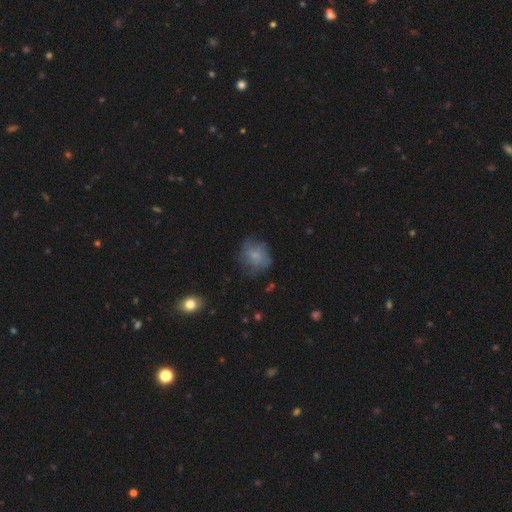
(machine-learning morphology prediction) This is likely a smooth galaxy (67%). How rounded: likely round (71%). Merging: likely none (61%).